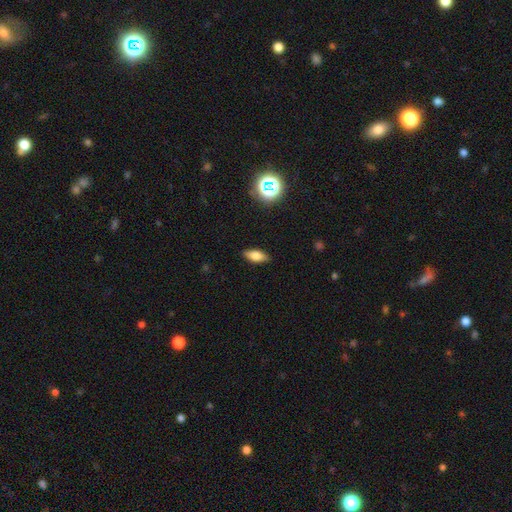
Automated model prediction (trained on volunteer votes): Smooth or featured? smooth (73%)
How rounded? in between (81%)
Merging? none (88%)